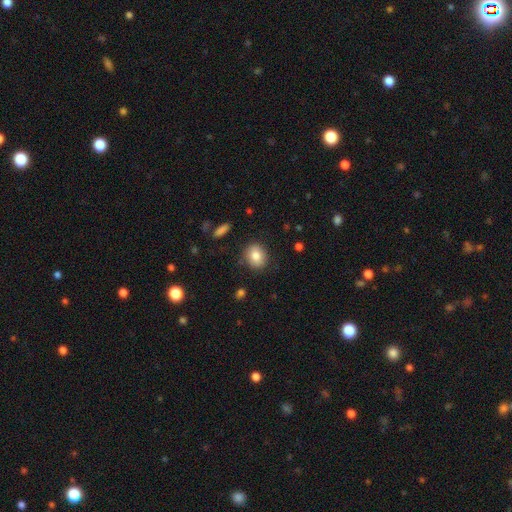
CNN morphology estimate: type=smooth (82%); roundness=round (61%); merging=none (85%).